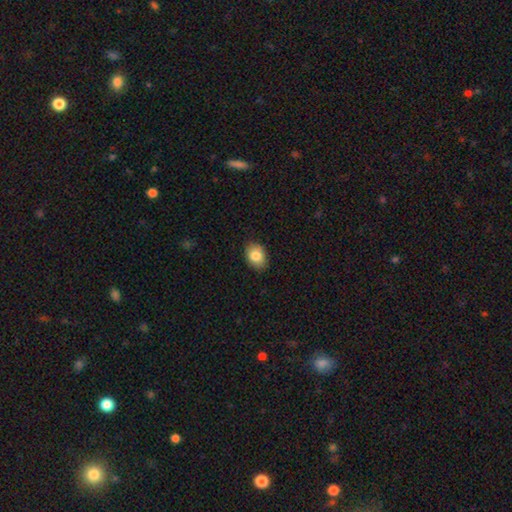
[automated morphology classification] Smooth or featured?
  - smooth: 84% *
  - star or artifact: 8%
  - featured or disk: 8%
How rounded?
  - in between: 69% *
  - round: 30%
  - cigar-shaped: 1%
Merging?
  - none: 86% *
  - minor disturbance: 11%
  - major disturbance: 2%
  - merger: 1%